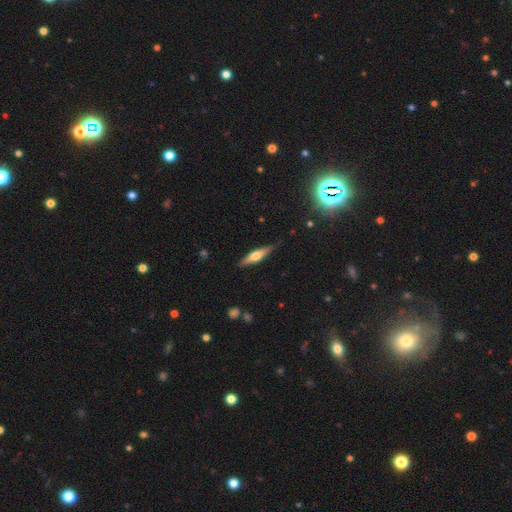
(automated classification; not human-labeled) Smooth or featured? Predicted: featured or disk (p=0.57). Edge-on disk? Predicted: yes (p=0.95). Edge-on bulge? Predicted: rounded (p=0.90). Merging? Predicted: none (p=0.84).